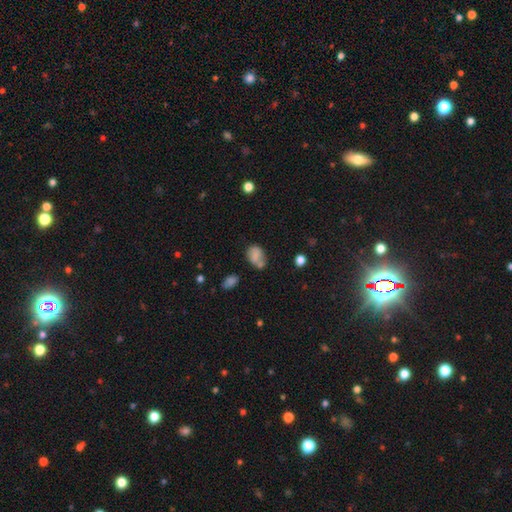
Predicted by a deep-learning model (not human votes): This is likely a smooth galaxy (74%). How rounded: likely in between (74%). Merging: marginally none (43%).